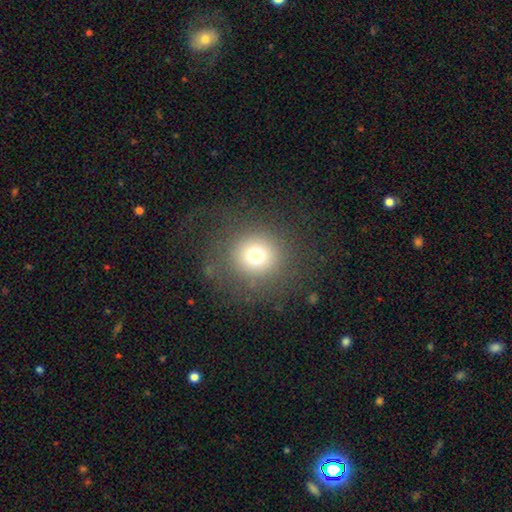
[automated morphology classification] smooth_or_featured: smooth (p=0.72) [alt: star or artifact p=0.17]
how_rounded: round (p=0.92) [alt: in between p=0.07]
merging: none (p=0.80) [alt: minor disturbance p=0.10]